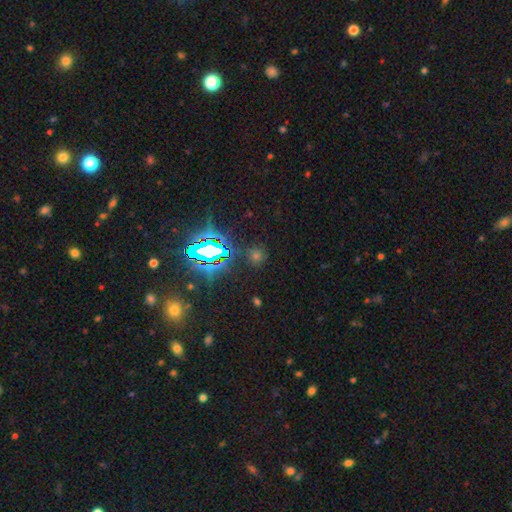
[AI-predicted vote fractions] Smooth or featured? Predicted: star or artifact (p=0.59).